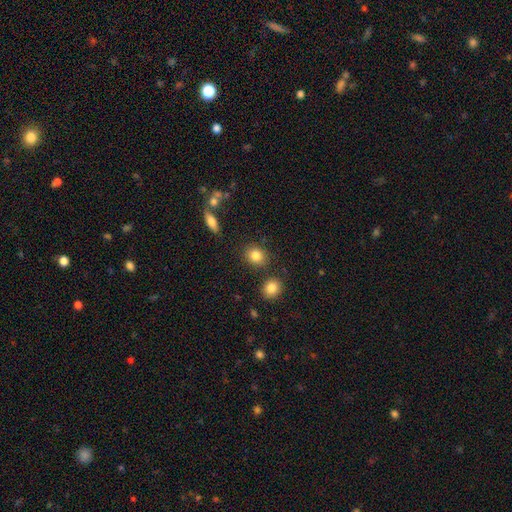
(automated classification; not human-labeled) smooth_or_featured: smooth (p=0.84) [alt: star or artifact p=0.09]
how_rounded: round (p=0.71) [alt: in between p=0.27]
merging: none (p=0.83) [alt: minor disturbance p=0.09]